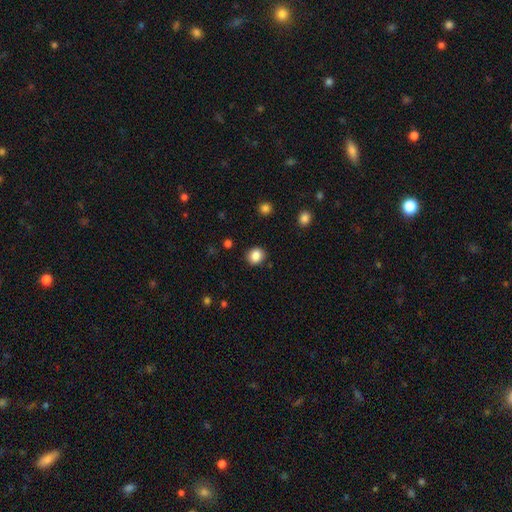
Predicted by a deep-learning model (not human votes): Smooth or featured?
  - smooth: 86% *
  - star or artifact: 10%
  - featured or disk: 4%
How rounded?
  - round: 75% *
  - in between: 25%
  - cigar-shaped: 1%
Merging?
  - none: 88% *
  - minor disturbance: 8%
  - major disturbance: 3%
  - merger: 2%